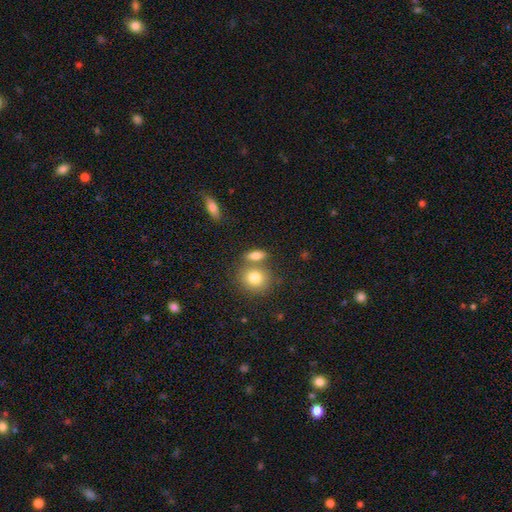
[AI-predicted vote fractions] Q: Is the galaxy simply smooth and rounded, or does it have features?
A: smooth — 78%.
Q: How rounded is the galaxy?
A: in between — 60%.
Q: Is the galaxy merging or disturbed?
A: none — 57%.